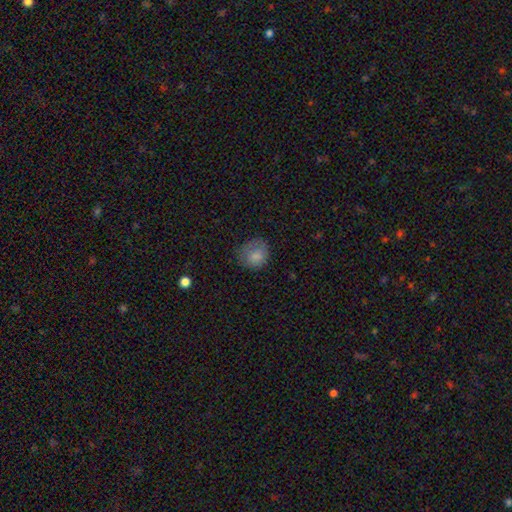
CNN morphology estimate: smooth 81%, star or artifact 10%, featured or disk 9%. Down the decision tree: how rounded — round (75%); merging — none (63%).